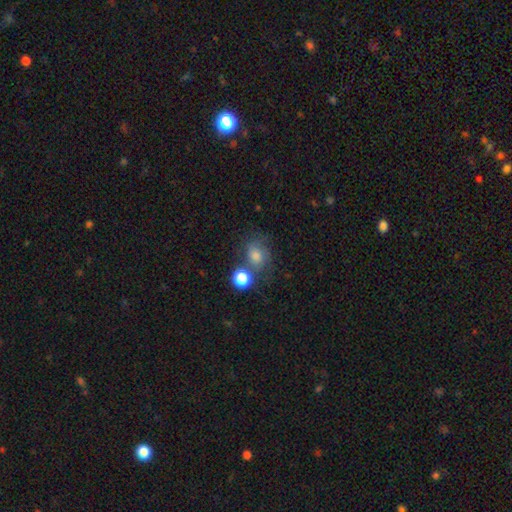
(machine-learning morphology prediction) smooth 63%, featured or disk 20%, star or artifact 17%. Down the decision tree: how rounded — round (63%); merging — none (52%).